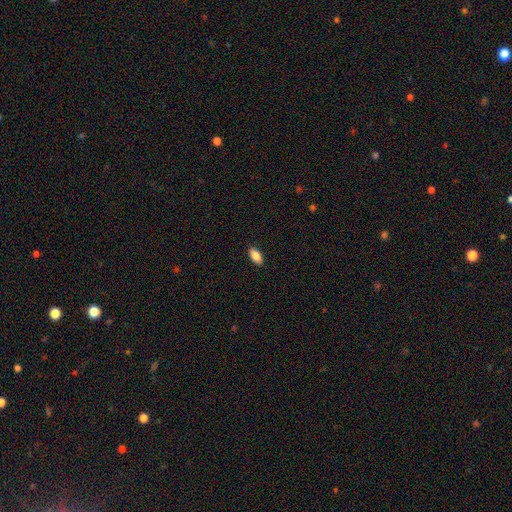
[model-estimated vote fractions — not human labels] smooth-or-featured: smooth: 86% | featured or disk: 7% | star or artifact: 7%
  how-rounded: in between: 90% | cigar-shaped: 7% | round: 3%
  merging: none: 89% | minor disturbance: 8% | major disturbance: 2% | merger: 1%